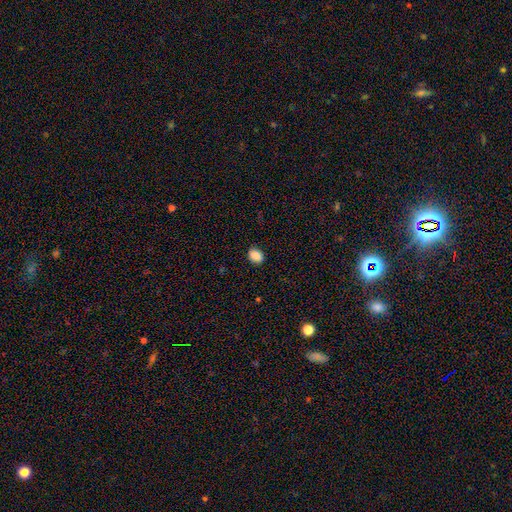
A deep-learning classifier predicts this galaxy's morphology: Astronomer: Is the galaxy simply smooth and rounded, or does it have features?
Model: smooth — 88%.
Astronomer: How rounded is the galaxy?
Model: in between — 66%.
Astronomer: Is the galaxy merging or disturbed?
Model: none — 87%.